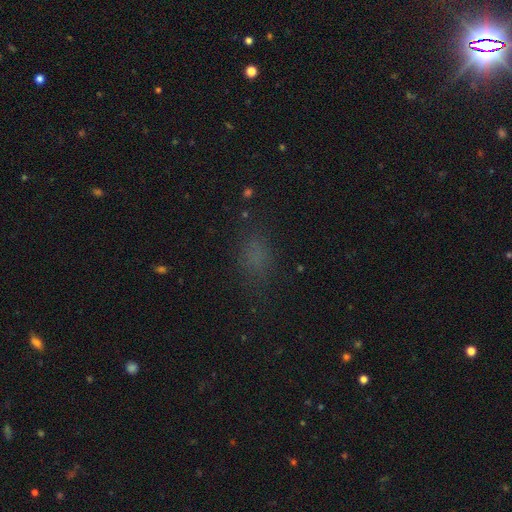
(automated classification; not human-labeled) Overall: smooth (69%). How rounded: in between (76%). Merging: none (74%).